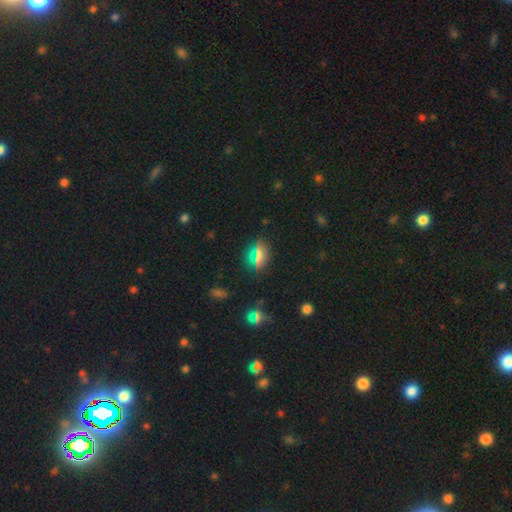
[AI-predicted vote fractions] Smooth or featured? Predicted: smooth (p=0.57). How rounded? Predicted: in between (p=0.51). Merging? Predicted: none (p=0.82).